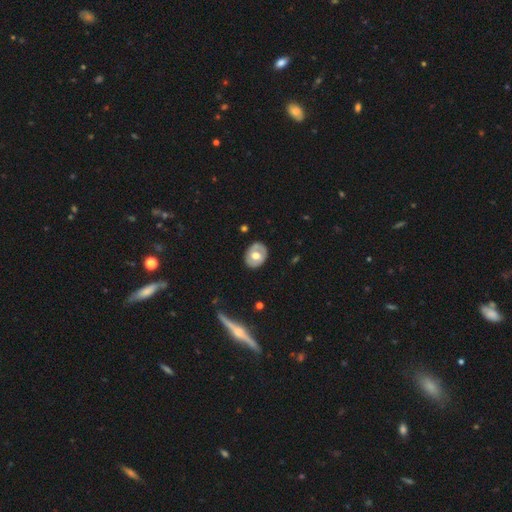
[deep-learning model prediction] Overall: smooth (50%; featured or disk 44%). Merging: none (82%).